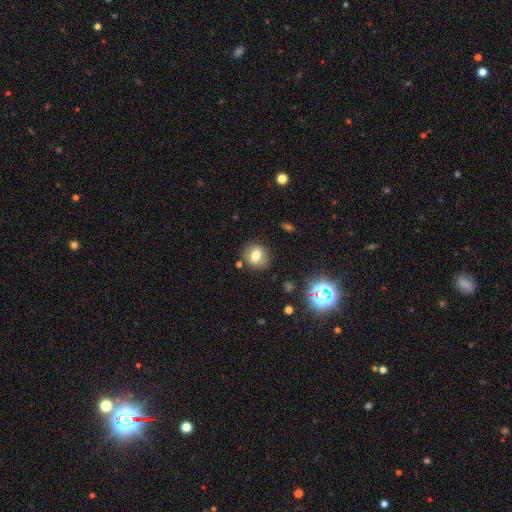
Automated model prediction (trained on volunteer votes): Smooth or featured: smooth — 72% (featured or disk — 15%)
How rounded: round — 71% (in between — 28%)
Merging: none — 82% (minor disturbance — 11%)